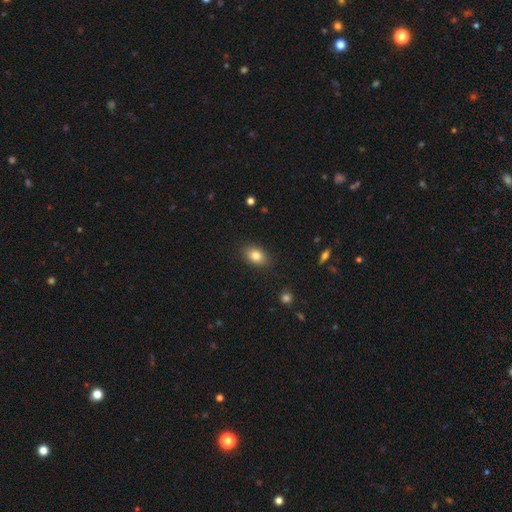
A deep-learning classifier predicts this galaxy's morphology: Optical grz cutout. It shows a smooth galaxy with no disk features (83%) that is in between round and cigar-shaped (78%). Merging: none (87%).